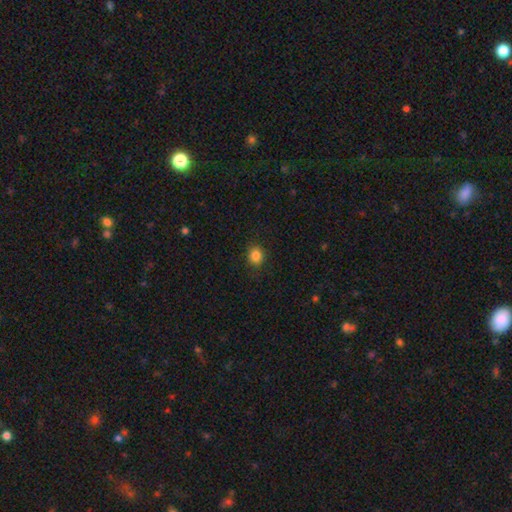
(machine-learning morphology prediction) smooth_or_featured: smooth (p=0.85) [alt: star or artifact p=0.11]
how_rounded: round (p=0.66) [alt: in between p=0.33]
merging: none (p=0.87) [alt: minor disturbance p=0.09]